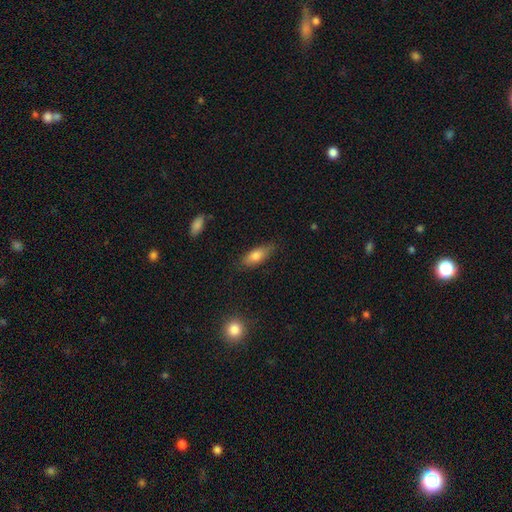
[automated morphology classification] Overall: smooth (76%). How rounded: in between (71%). Merging: none (79%).